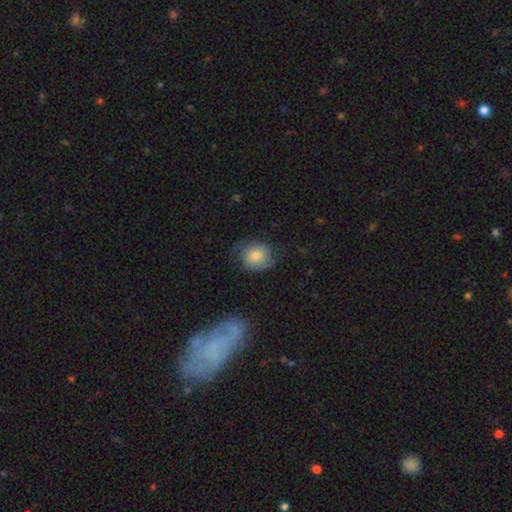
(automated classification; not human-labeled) Smooth or featured?
  - smooth: 67% *
  - featured or disk: 24%
  - star or artifact: 8%
How rounded?
  - round: 74% *
  - in between: 25%
  - cigar-shaped: 1%
Merging?
  - none: 64% *
  - minor disturbance: 24%
  - major disturbance: 10%
  - merger: 2%